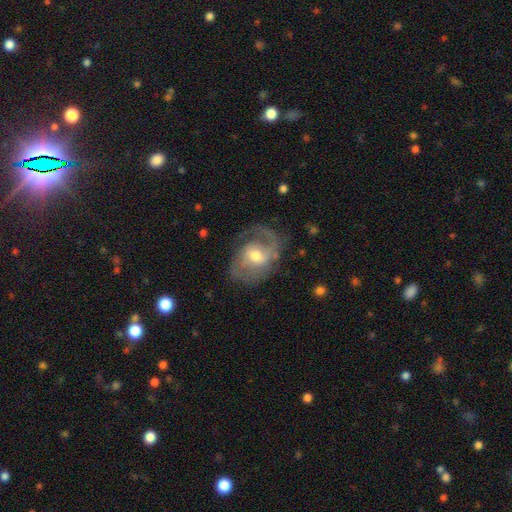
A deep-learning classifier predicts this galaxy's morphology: type=featured or disk (79%); edge-on=no (97%); bar=no (50%); spiral arms=yes (89%); winding=medium (45%); arm count=2 (57%); bulge=moderate (67%); merging=none (63%).